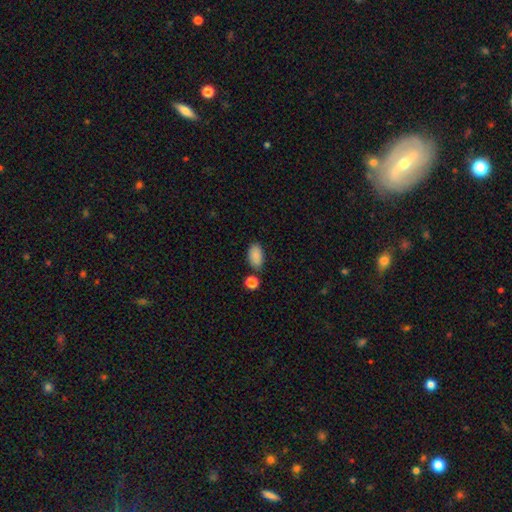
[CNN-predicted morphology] smooth 87%, star or artifact 8%, featured or disk 5%. Down the decision tree: how rounded — in between (93%); merging — none (77%).